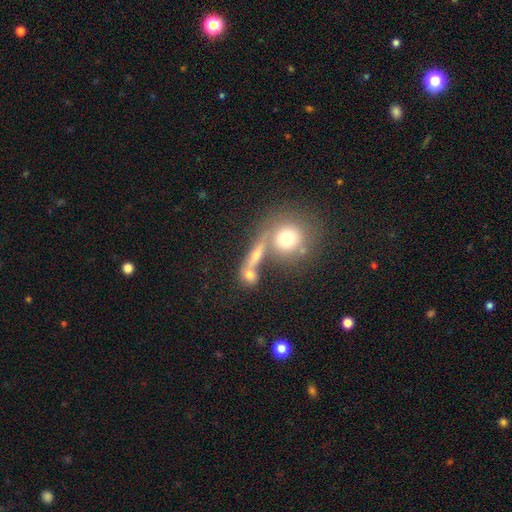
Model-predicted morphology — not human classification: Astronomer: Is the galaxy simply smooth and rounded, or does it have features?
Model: smooth — 55%.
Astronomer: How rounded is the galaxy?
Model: round — 76%.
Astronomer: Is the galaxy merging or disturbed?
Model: merger — 43% (runner-up: none, 39%).